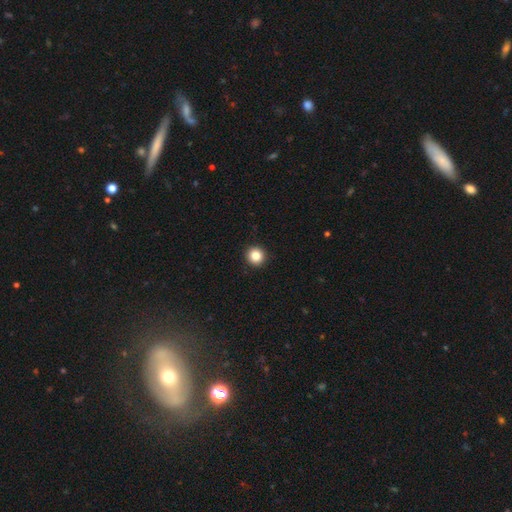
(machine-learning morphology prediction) The model was most divided on "smooth or featured": smooth: 84%, star or artifact: 10%, featured or disk: 5%. More confident: how rounded — round (95%); merging — none (94%).